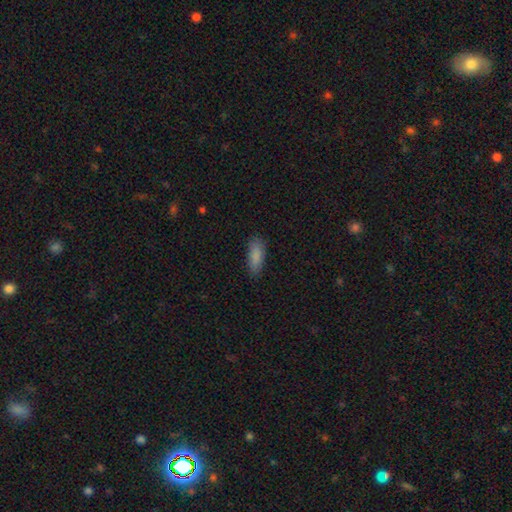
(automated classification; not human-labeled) smooth_or_featured: smooth (p=0.87) [alt: star or artifact p=0.07]
how_rounded: in between (p=0.71) [alt: cigar-shaped p=0.27]
merging: none (p=0.82) [alt: minor disturbance p=0.14]